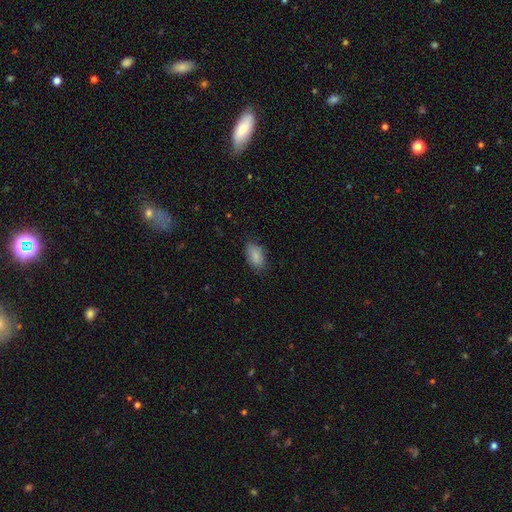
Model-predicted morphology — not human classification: smooth_or_featured: smooth (p=0.86) [alt: star or artifact p=0.07]
how_rounded: in between (p=0.92) [alt: round p=0.06]
merging: none (p=0.75) [alt: minor disturbance p=0.20]